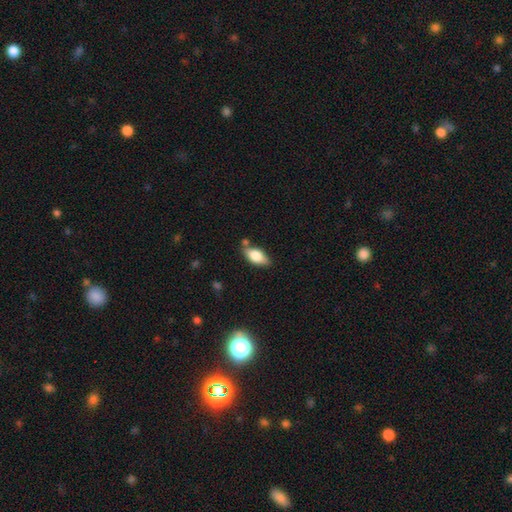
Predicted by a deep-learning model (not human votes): smooth-or-featured: smooth: 74% | featured or disk: 19% | star or artifact: 7%
  how-rounded: in between: 87% | cigar-shaped: 10% | round: 3%
  merging: none: 72% | minor disturbance: 17% | merger: 8% | major disturbance: 4%